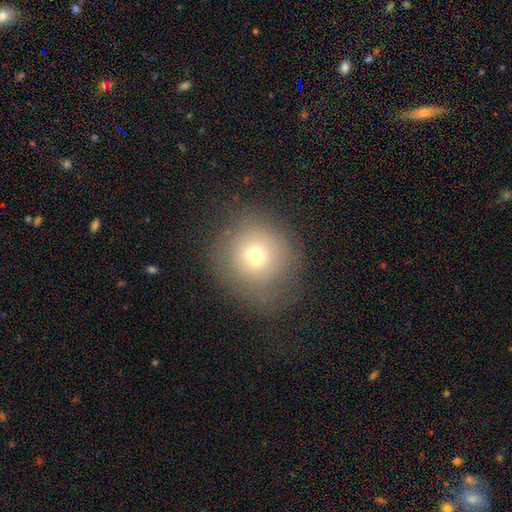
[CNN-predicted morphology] type=smooth (67%); roundness=round (92%); merging=none (76%).